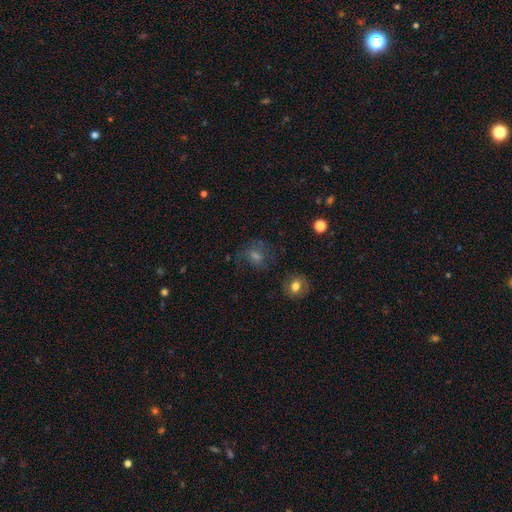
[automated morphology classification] Smooth or featured? smooth (37%)
Merging? none (68%)